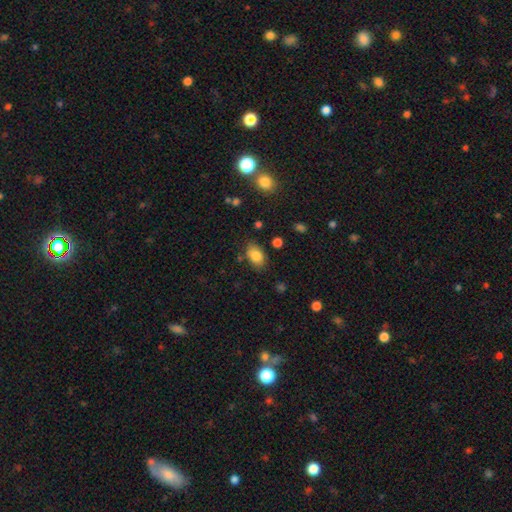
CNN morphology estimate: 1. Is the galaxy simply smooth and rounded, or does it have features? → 83% smooth, 9% star or artifact, 8% featured or disk.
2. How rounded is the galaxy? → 86% in between, 13% round, 1% cigar-shaped.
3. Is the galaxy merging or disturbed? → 77% none, 16% minor disturbance, 4% major disturbance, 4% merger.